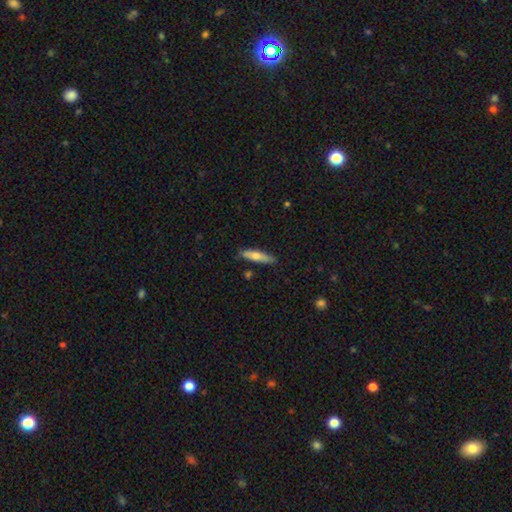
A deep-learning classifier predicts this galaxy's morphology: Smooth or featured? smooth (62%)
How rounded? cigar-shaped (77%)
Merging? none (83%)